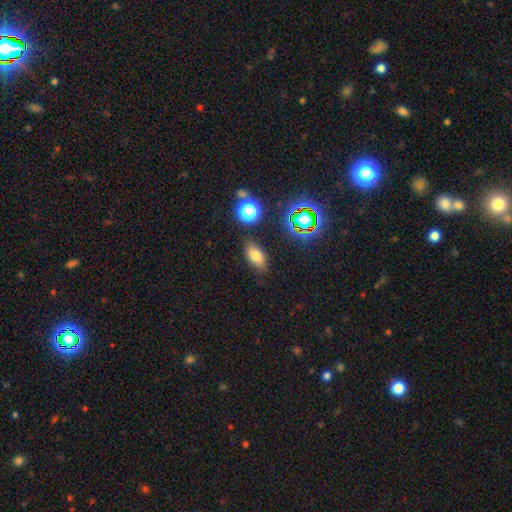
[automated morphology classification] Smooth or featured? smooth (72%)
How rounded? in between (87%)
Merging? none (81%)